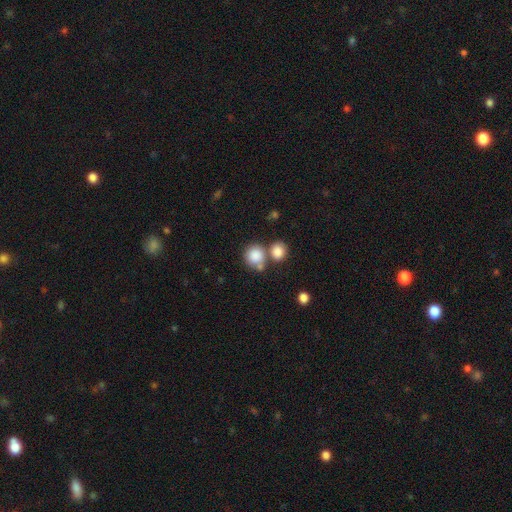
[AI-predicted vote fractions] Morphology: type=smooth (85%); roundness=round (84%); merging=none (49%).